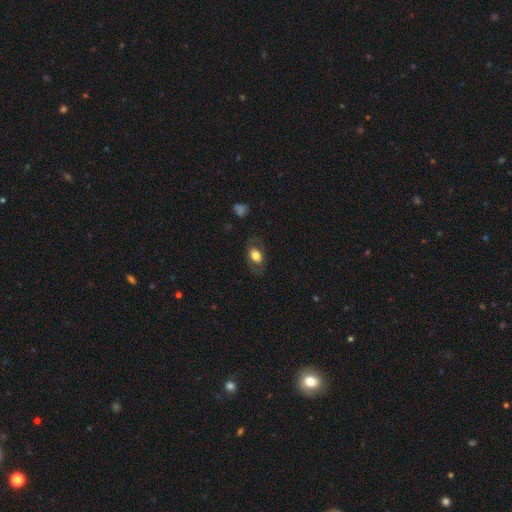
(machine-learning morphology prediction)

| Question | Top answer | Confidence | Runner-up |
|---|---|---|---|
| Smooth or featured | smooth | 64% | featured or disk (28%) |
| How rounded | in between | 84% | round (14%) |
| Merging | none | 76% | minor disturbance (14%) |